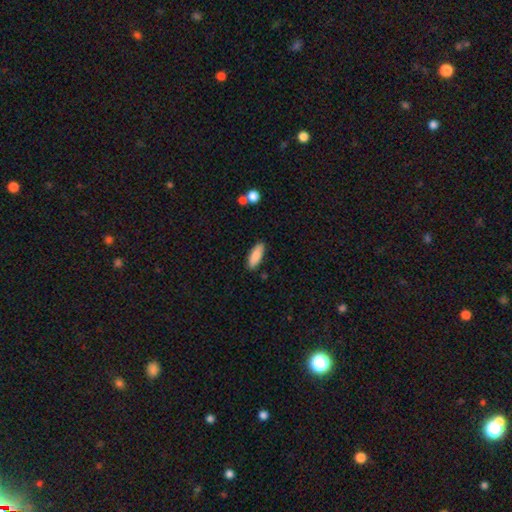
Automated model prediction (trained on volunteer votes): Overall: smooth (86%). How rounded: in between (66%; cigar-shaped 32%). Merging: none (85%).